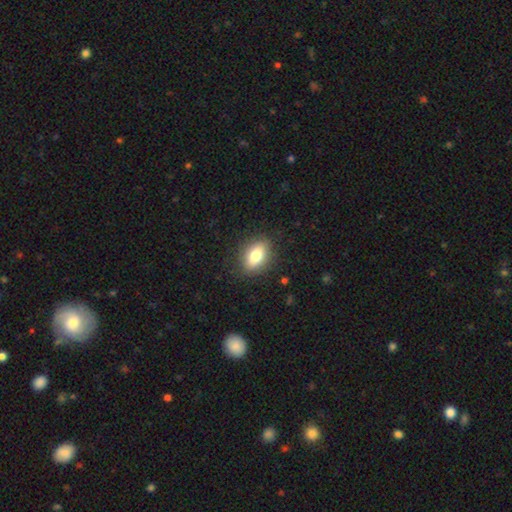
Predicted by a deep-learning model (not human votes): Smooth or featured: smooth — 77% (featured or disk — 15%)
How rounded: in between — 81% (round — 14%)
Merging: none — 86% (minor disturbance — 10%)